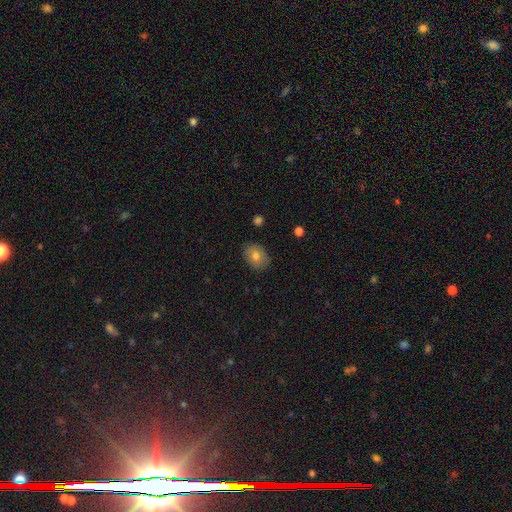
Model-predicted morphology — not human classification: smooth-or-featured: smooth: 77% | featured or disk: 14% | star or artifact: 9%
  how-rounded: in between: 67% | round: 32% | cigar-shaped: 1%
  merging: none: 84% | minor disturbance: 13% | major disturbance: 3% | merger: 1%